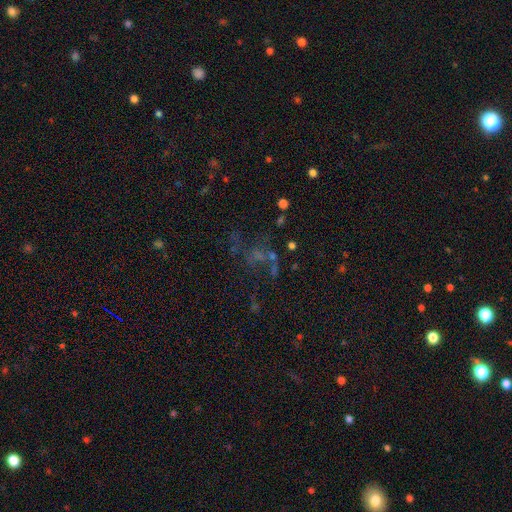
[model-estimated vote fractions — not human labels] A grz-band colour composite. It shows a star or artifact, not a galaxy (40%).